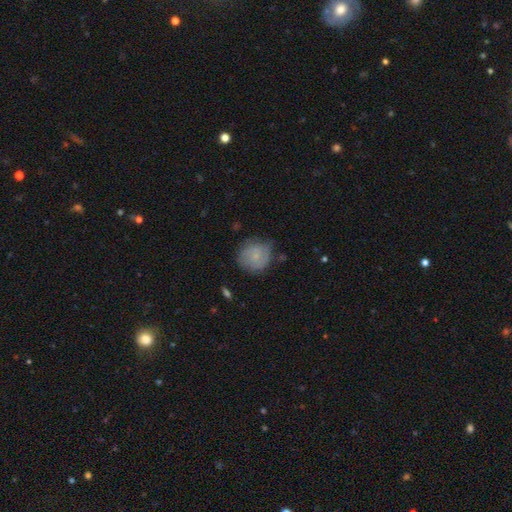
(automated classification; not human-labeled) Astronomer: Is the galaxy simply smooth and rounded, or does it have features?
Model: smooth — 62%.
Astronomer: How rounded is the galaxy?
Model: round — 87%.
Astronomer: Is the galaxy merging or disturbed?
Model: none — 62%.